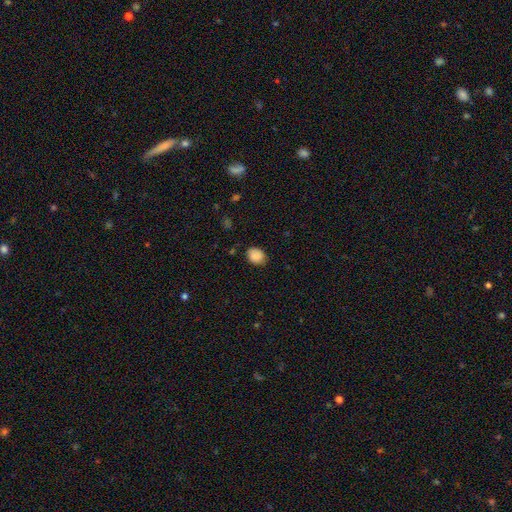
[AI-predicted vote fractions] smooth_or_featured: smooth (p=0.87) [alt: star or artifact p=0.08]
how_rounded: in between (p=0.52) [alt: round p=0.47]
merging: none (p=0.78) [alt: minor disturbance p=0.18]